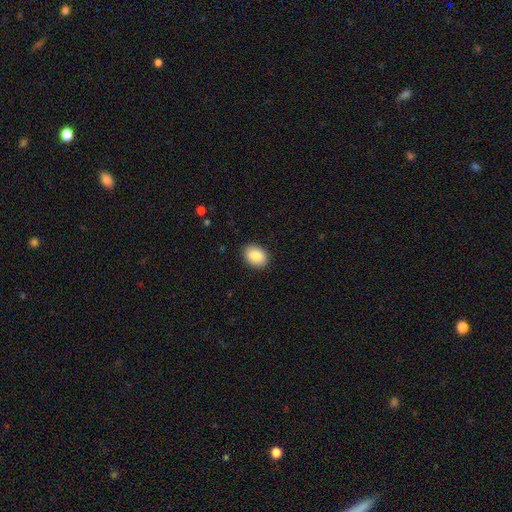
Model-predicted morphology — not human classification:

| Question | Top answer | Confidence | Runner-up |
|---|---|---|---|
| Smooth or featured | smooth | 87% | star or artifact (7%) |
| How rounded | in between | 71% | round (28%) |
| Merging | none | 89% | minor disturbance (8%) |